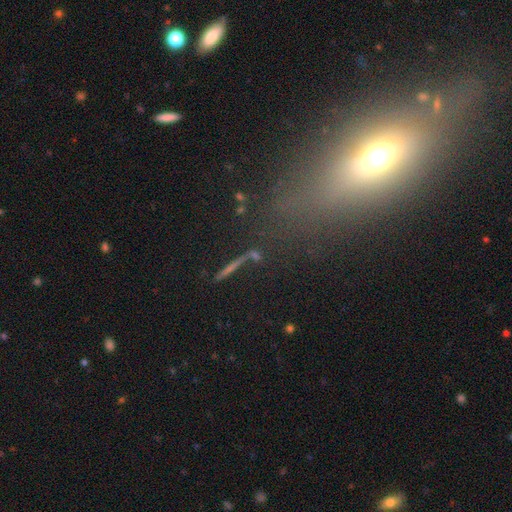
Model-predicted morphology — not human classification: Overall: smooth (40%; featured or disk 33%). Merging: none (77%).